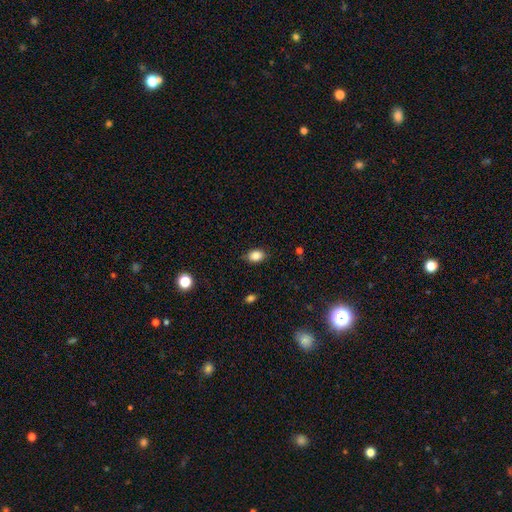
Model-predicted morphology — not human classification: type=smooth (86%); roundness=in between (76%); merging=none (82%).